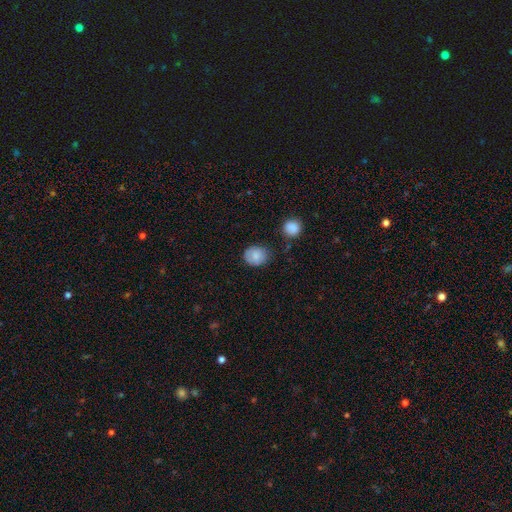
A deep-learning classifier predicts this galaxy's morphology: Smooth or featured: smooth — 84% (star or artifact — 8%)
How rounded: round — 65% (in between — 34%)
Merging: none — 71% (minor disturbance — 21%)